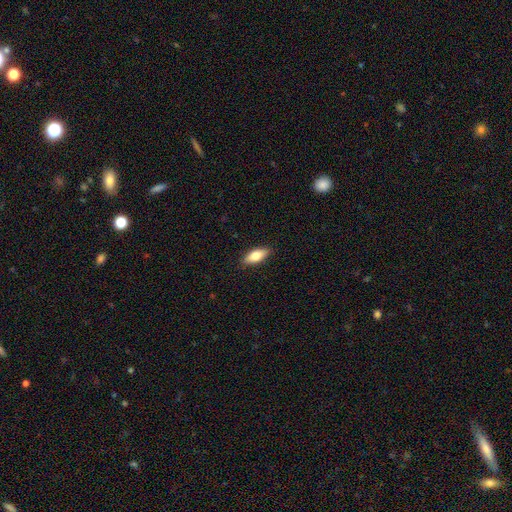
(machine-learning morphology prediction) Smooth or featured?
  - smooth: 76% *
  - featured or disk: 18%
  - star or artifact: 6%
How rounded?
  - in between: 78% *
  - cigar-shaped: 19%
  - round: 2%
Merging?
  - none: 88% *
  - minor disturbance: 9%
  - major disturbance: 2%
  - merger: 1%